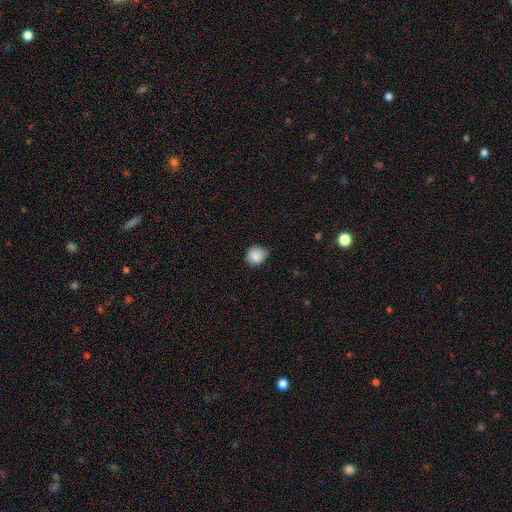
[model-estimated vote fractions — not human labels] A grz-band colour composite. It shows a smooth galaxy with no disk features (85%) that is round (79%). Merging: none (64%).